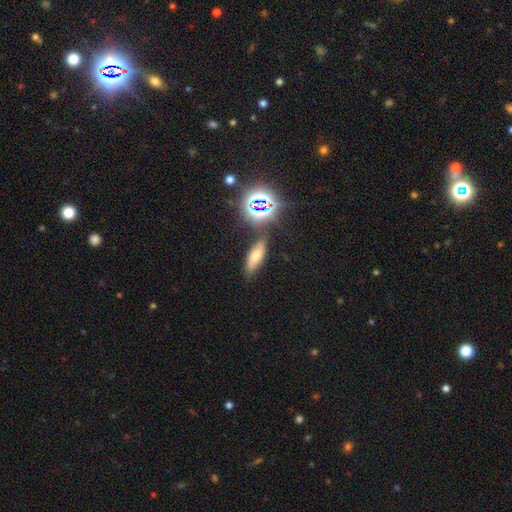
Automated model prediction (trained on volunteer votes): smooth_or_featured: smooth (p=0.59) [alt: star or artifact p=0.22]
how_rounded: in between (p=0.55) [alt: cigar-shaped p=0.39]
merging: none (p=0.73) [alt: minor disturbance p=0.15]